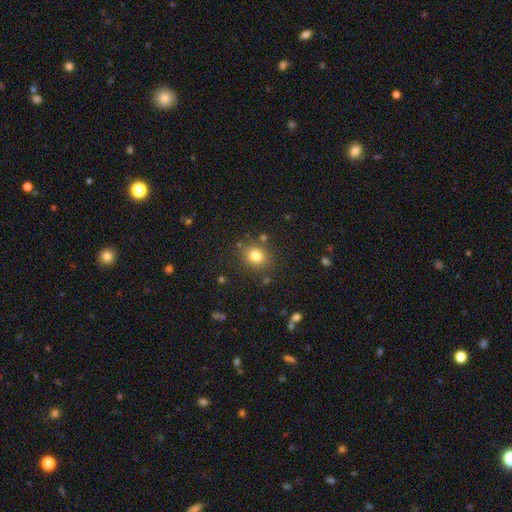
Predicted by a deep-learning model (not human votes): smooth_or_featured: smooth (p=0.80) [alt: star or artifact p=0.13]
how_rounded: round (p=0.77) [alt: in between p=0.22]
merging: none (p=0.83) [alt: minor disturbance p=0.10]